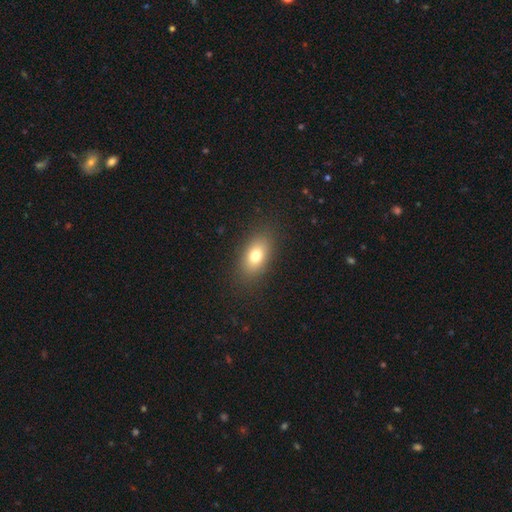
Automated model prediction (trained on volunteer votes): This is likely a smooth galaxy (77%). How rounded: clearly in between (86%). Merging: clearly none (86%).